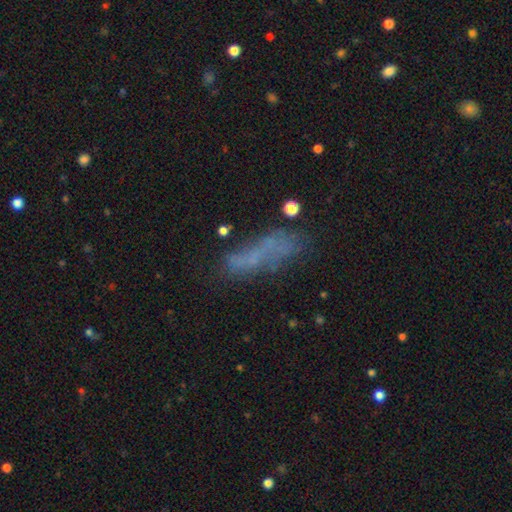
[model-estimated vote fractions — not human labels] smooth-or-featured: smooth: 47% | featured or disk: 36% | star or artifact: 17%
  merging: none: 43% | major disturbance: 23% | minor disturbance: 22% | merger: 11%